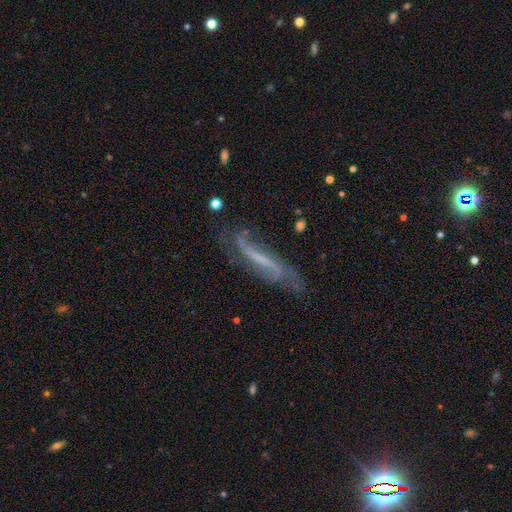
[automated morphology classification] A featured or disk galaxy (70%).

Vote fractions:
- Smooth or featured? featured or disk: 70% / smooth: 17% / star or artifact: 13%
- Edge-on disk? no: 58% / yes: 42%
- Merging? none: 67% / minor disturbance: 20% / major disturbance: 10% / merger: 3%